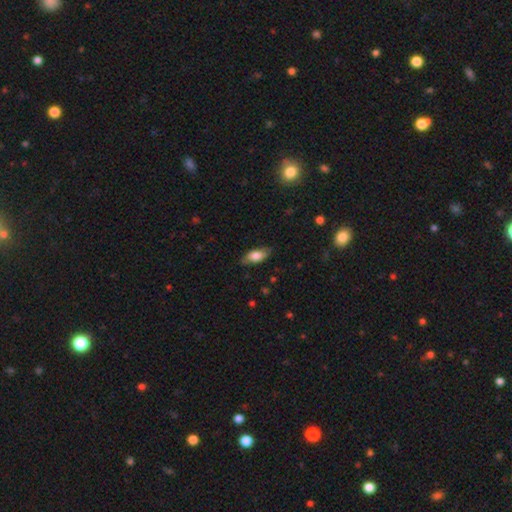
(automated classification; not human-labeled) smooth 75%, featured or disk 19%, star or artifact 6%. Down the decision tree: how rounded — in between (85%); merging — none (80%).